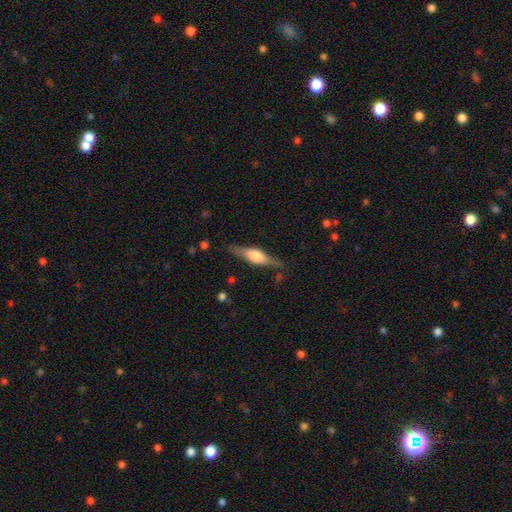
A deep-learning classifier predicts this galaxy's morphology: smooth-or-featured: featured or disk: 60% | smooth: 34% | star or artifact: 6%
  disk-edge-on: yes: 95% | no: 5%
    edge-on-bulge: rounded: 80% | boxy: 17% | none: 3%
  merging: none: 81% | minor disturbance: 14% | major disturbance: 4% | merger: 2%